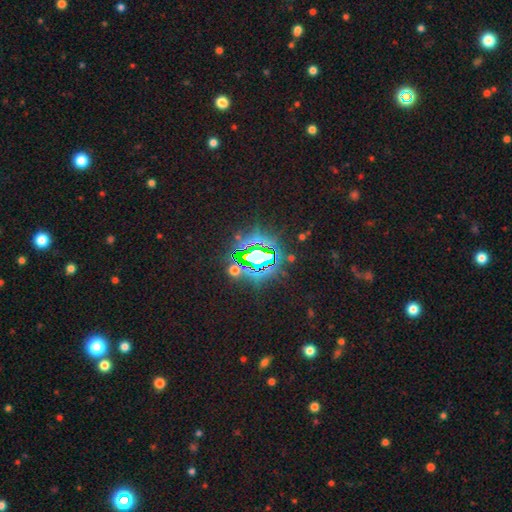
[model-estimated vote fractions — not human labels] This appears to be a star or artifact, not a galaxy (83%).